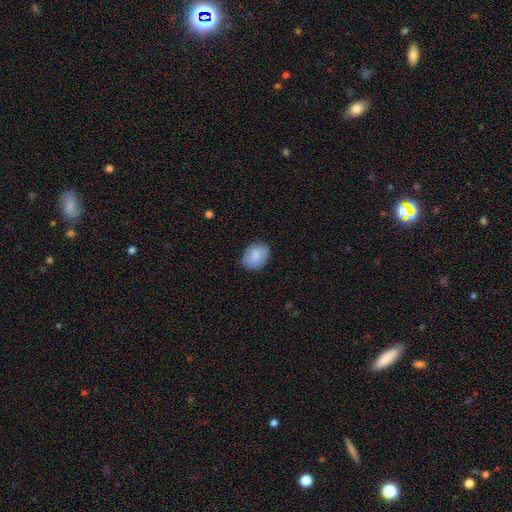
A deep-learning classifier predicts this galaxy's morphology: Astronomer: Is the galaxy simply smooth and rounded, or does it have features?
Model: smooth — 81%.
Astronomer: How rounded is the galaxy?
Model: in between — 68%.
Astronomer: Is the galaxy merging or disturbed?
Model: none — 77%.